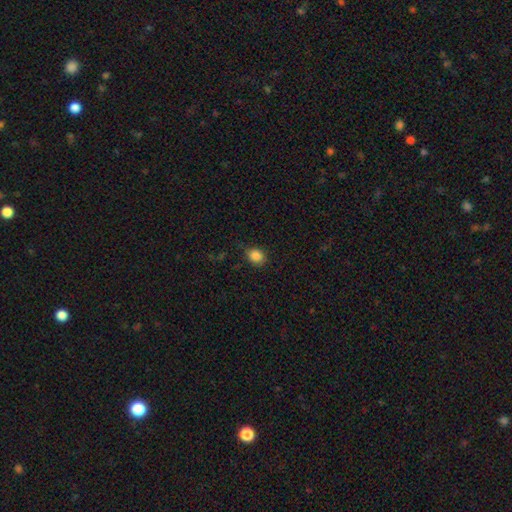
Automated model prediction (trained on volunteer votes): This appears to be a smooth galaxy with no disk features (86%) that is round (59%). Merging: none (80%).